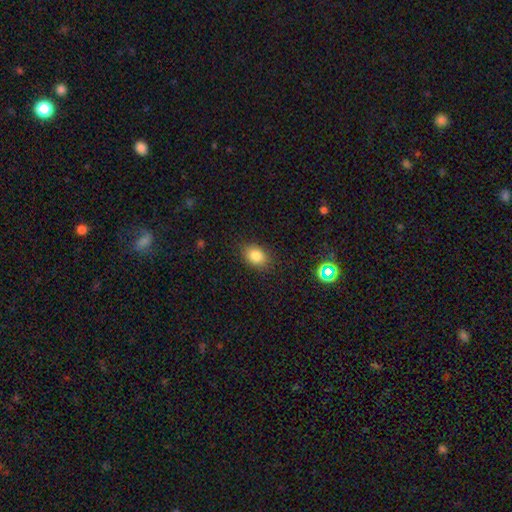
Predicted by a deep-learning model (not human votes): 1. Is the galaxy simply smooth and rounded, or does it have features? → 83% smooth, 10% star or artifact, 7% featured or disk.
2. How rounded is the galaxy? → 70% in between, 28% round, 1% cigar-shaped.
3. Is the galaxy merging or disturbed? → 84% none, 11% minor disturbance, 3% major disturbance, 1% merger.